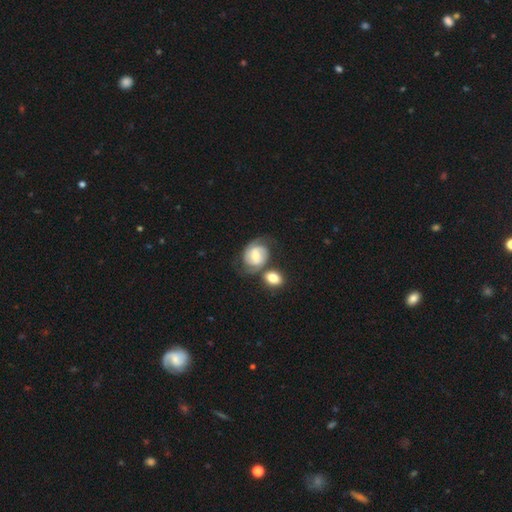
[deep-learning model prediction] smooth_or_featured: featured or disk (p=0.70) [alt: smooth p=0.24]
disk_edge_on: no (p=0.97) [alt: yes p=0.03]
bar: weak (p=0.44) [tied with: no p=0.44]
has_spiral_arms: yes (p=0.92) [alt: no p=0.08]
spiral_winding: medium (p=0.43) [alt: tight p=0.41]
spiral_arm_count: 2 (p=0.80) [alt: can't tell p=0.10]
bulge_size: moderate (p=0.46) [alt: small p=0.36]
merging: none (p=0.49) [alt: merger p=0.24]